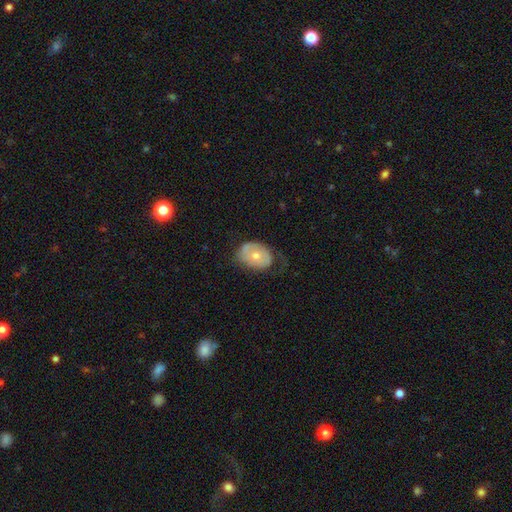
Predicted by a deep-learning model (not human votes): Smooth or featured?
  - smooth: 54% *
  - featured or disk: 39%
  - star or artifact: 7%
How rounded?
  - in between: 72% *
  - round: 27%
  - cigar-shaped: 1%
Merging?
  - none: 47% *
  - minor disturbance: 33%
  - major disturbance: 19%
  - merger: 2%